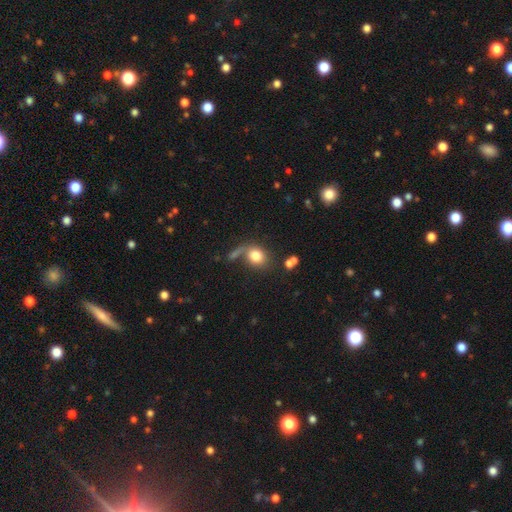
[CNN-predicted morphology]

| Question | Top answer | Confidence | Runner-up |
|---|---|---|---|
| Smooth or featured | smooth | 78% | featured or disk (12%) |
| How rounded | round | 59% | in between (40%) |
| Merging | none | 52% | merger (17%) |